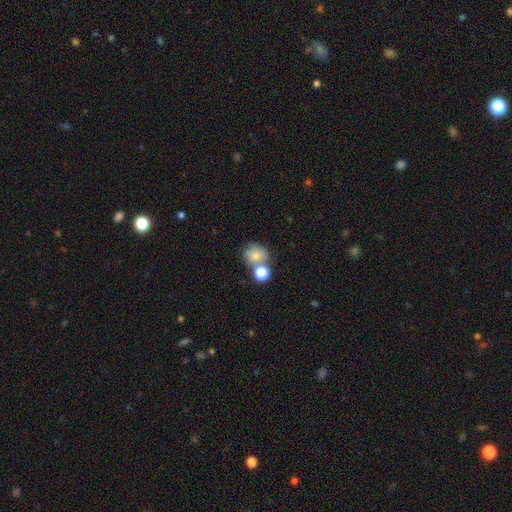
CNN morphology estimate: Smooth or featured: smooth — 77% (star or artifact — 12%)
How rounded: round — 71% (in between — 28%)
Merging: none — 48% (merger — 35%)